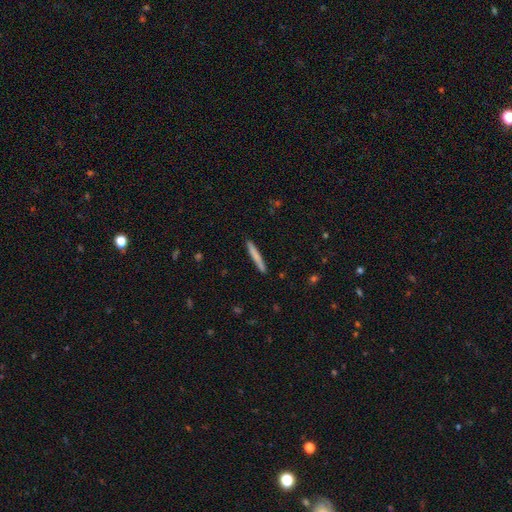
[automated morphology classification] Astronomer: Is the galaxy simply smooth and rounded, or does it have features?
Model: smooth — 70%.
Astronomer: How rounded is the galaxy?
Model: cigar-shaped — 96%.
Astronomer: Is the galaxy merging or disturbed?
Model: none — 90%.